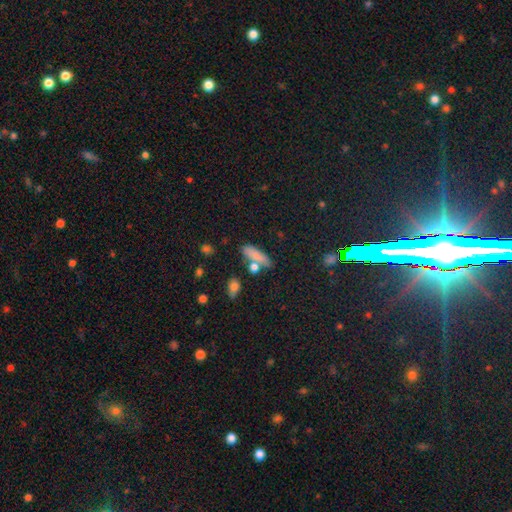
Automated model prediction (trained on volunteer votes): Overall: smooth (78%). How rounded: cigar-shaped (48%; in between 47%). Merging: none (61%).